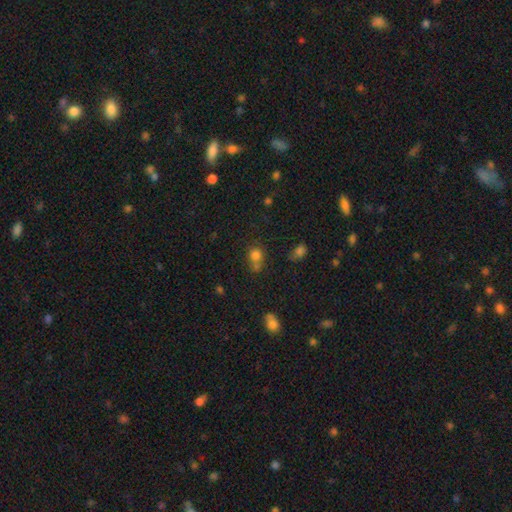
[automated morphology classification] Smooth or featured: smooth — 77% (star or artifact — 15%)
How rounded: round — 73% (in between — 25%)
Merging: none — 48% (merger — 32%)